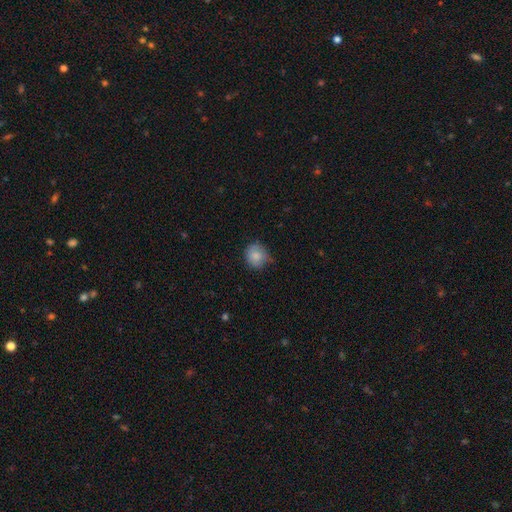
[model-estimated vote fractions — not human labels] Smooth or featured?
  - smooth: 84% *
  - star or artifact: 9%
  - featured or disk: 7%
How rounded?
  - round: 85% *
  - in between: 14%
  - cigar-shaped: 1%
Merging?
  - none: 66% *
  - minor disturbance: 28%
  - major disturbance: 4%
  - merger: 2%